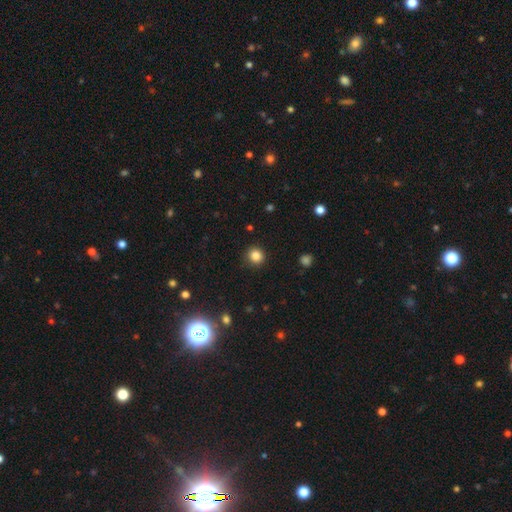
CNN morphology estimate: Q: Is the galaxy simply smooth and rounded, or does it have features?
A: smooth — 84%.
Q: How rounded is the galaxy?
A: round — 90%.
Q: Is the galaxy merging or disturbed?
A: none — 89%.